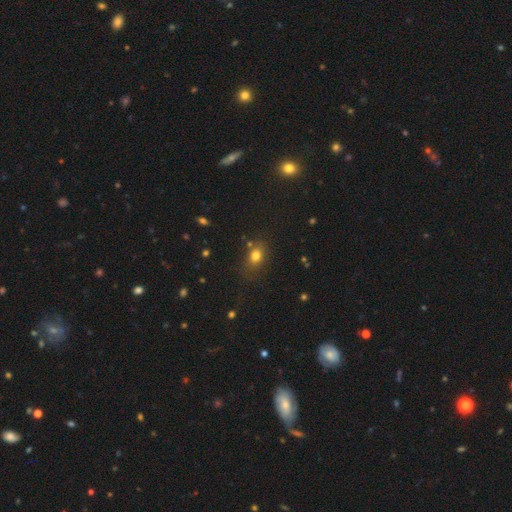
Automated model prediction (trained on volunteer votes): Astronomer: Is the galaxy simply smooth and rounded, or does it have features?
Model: smooth — 76%.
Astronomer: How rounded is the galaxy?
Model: in between — 62%.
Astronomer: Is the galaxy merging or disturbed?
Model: none — 73%.